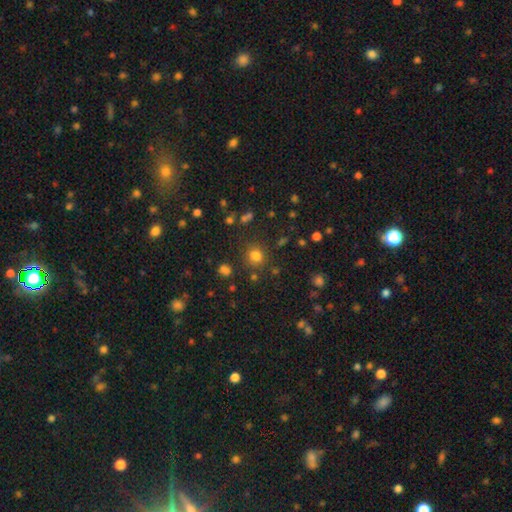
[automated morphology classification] Smooth or featured: smooth — 76% (star or artifact — 18%)
How rounded: round — 85% (in between — 14%)
Merging: none — 81% (minor disturbance — 10%)